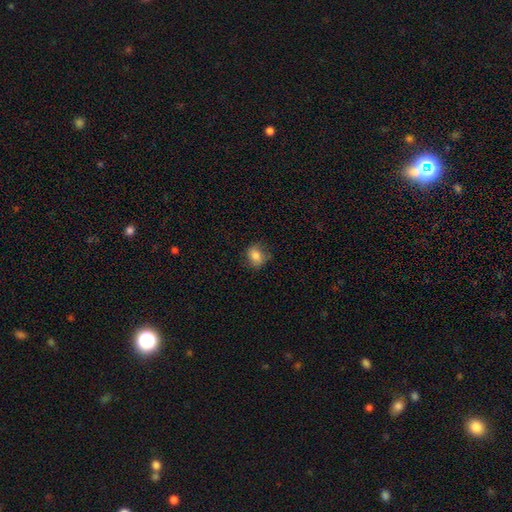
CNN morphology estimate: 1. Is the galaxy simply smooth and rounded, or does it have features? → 78% smooth, 13% featured or disk, 9% star or artifact.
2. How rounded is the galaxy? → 63% round, 36% in between, 1% cigar-shaped.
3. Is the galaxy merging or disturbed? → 73% none, 20% minor disturbance, 6% major disturbance, 1% merger.